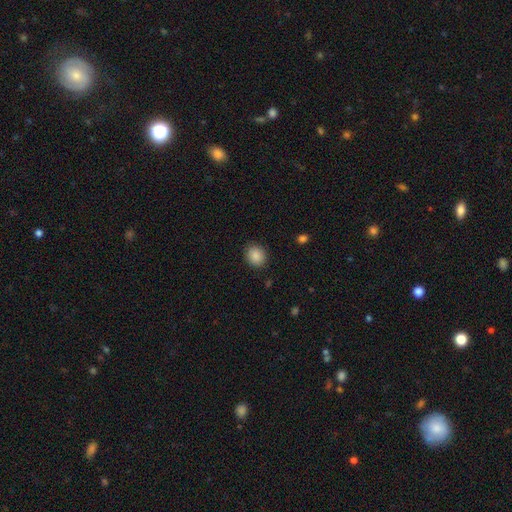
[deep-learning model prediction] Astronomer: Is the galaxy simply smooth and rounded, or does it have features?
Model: smooth — 87%.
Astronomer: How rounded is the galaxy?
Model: round — 69%.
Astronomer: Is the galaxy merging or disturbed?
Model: none — 89%.